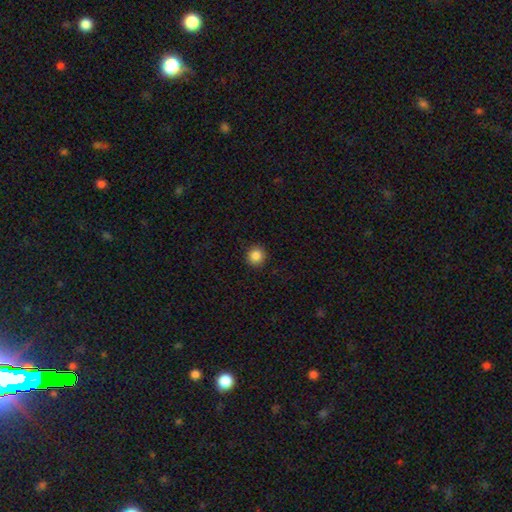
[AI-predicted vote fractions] This is clearly a smooth galaxy (86%). How rounded: clearly round (93%). Merging: clearly none (92%).